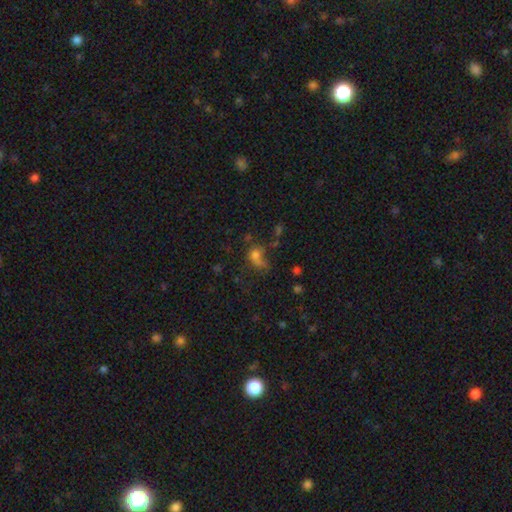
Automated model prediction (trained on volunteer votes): Smooth or featured? smooth (60%)
How rounded? in between (52%)
Merging? major disturbance (33%)